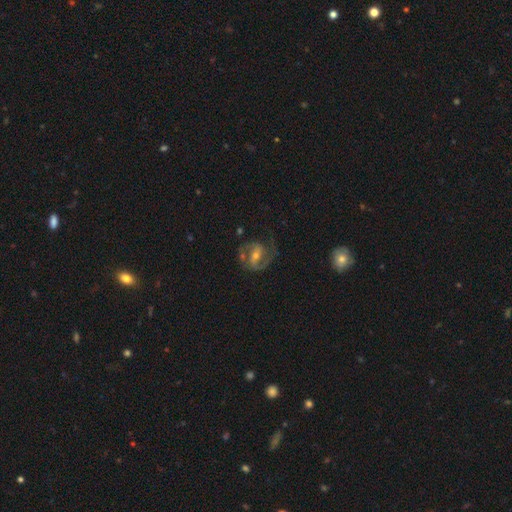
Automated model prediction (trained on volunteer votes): The model was most divided on "bulge size": moderate: 47%, small: 46%, large: 3%, none: 2%, dominant: 1%. Remaining: edge-on disk — no (97%); spiral arms — yes (94%); spiral arm count — 2 (87%); smooth or featured — featured or disk (83%); merging — none (67%); spiral winding — medium (57%); bar — weak (41%).